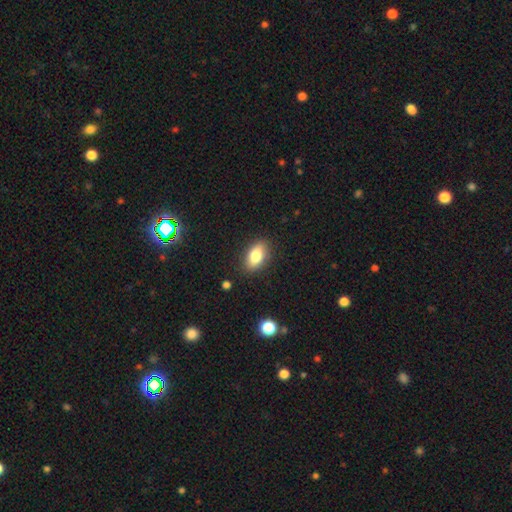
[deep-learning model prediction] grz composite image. It shows a smooth galaxy with no disk features (82%) that is in between round and cigar-shaped (89%). Merging: none (86%).